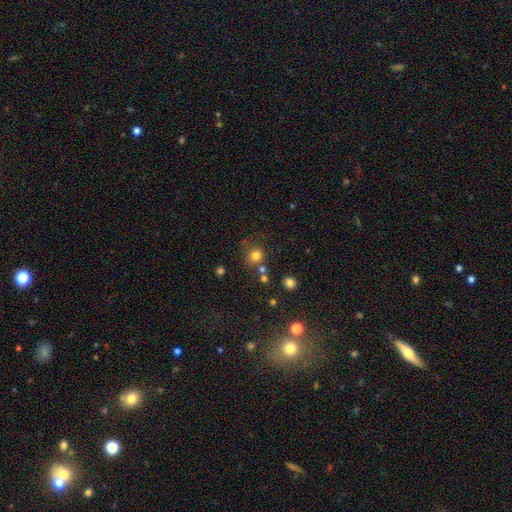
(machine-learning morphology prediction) Overall: smooth (77%). How rounded: round (89%). Merging: none (70%).